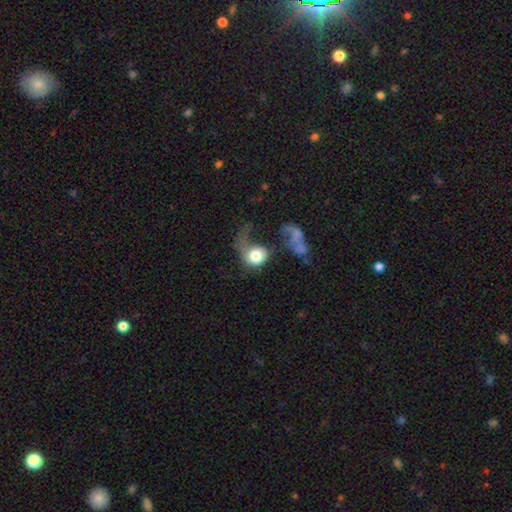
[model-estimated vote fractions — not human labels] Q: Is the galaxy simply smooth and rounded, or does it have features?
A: smooth — 62%.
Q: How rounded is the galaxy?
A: round — 74%.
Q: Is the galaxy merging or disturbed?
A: major disturbance — 57%.